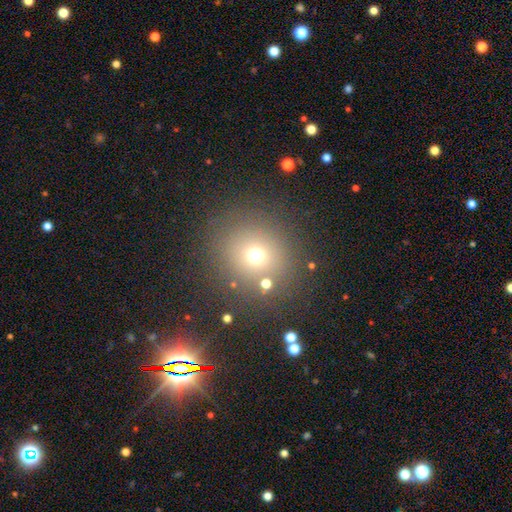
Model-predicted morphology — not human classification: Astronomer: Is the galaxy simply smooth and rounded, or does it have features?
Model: smooth — 66%.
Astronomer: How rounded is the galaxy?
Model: round — 89%.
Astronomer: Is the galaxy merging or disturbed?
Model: none — 81%.